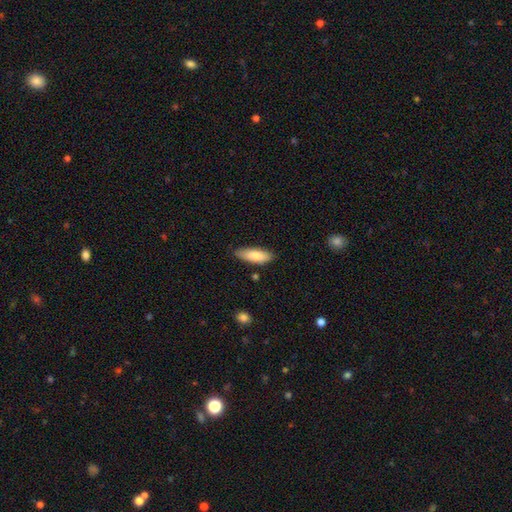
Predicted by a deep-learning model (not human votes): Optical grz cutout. It shows a smooth galaxy with no disk features (83%) that is in between round and cigar-shaped (61%). Merging: none (81%).